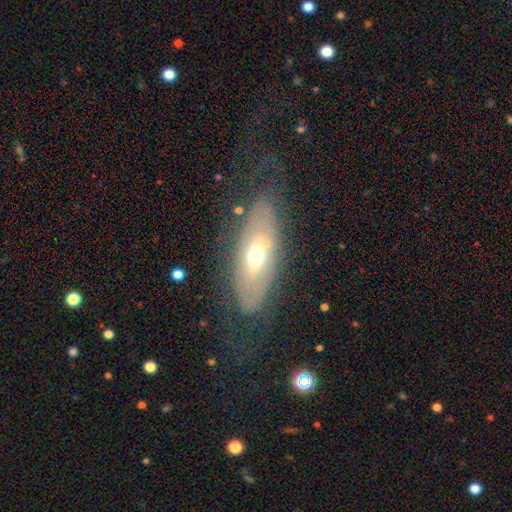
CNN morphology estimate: type=featured or disk (56%); edge-on=no (73%); merging=none (65%).